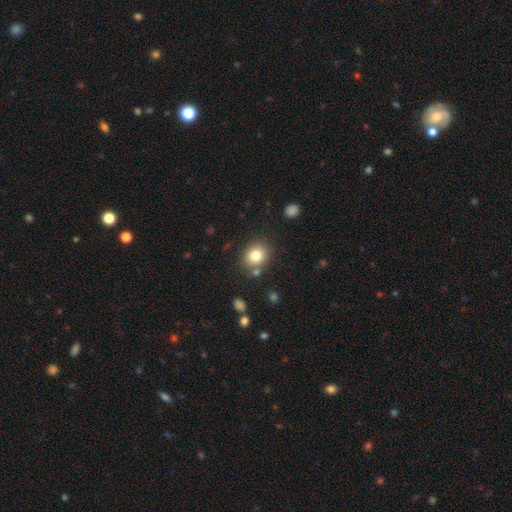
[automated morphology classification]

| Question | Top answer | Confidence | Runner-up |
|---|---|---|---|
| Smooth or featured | smooth | 80% | star or artifact (11%) |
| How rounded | round | 71% | in between (28%) |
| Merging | none | 80% | minor disturbance (10%) |